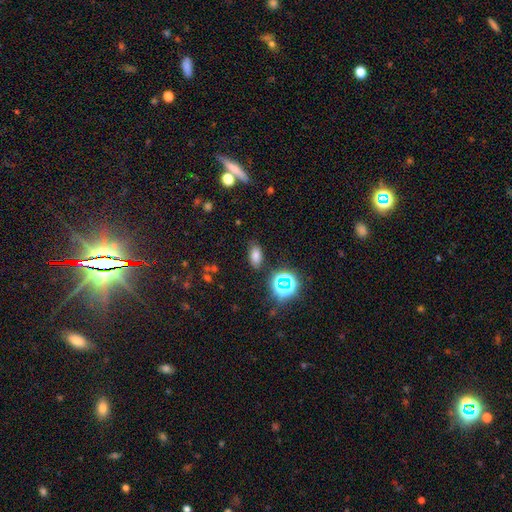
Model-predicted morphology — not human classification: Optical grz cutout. It shows a smooth galaxy with no disk features (71%) that is in between round and cigar-shaped (87%). Merging: none (82%).